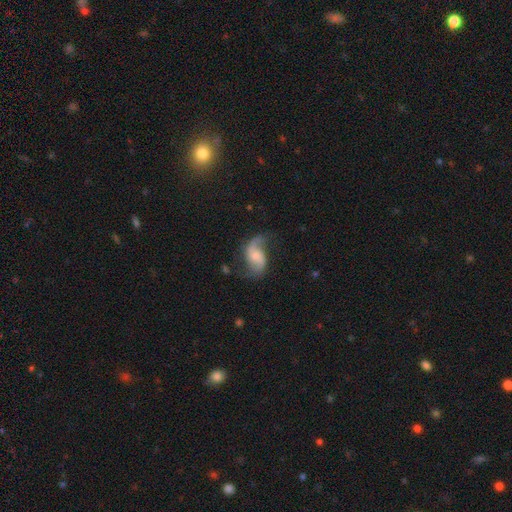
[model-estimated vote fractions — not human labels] This appears to be a featured or disk galaxy (78%) with no bar (51%), 2 (88%) loose (68%) spiral arms (95%) and a small central bulge (43%). Merging: none (59%).